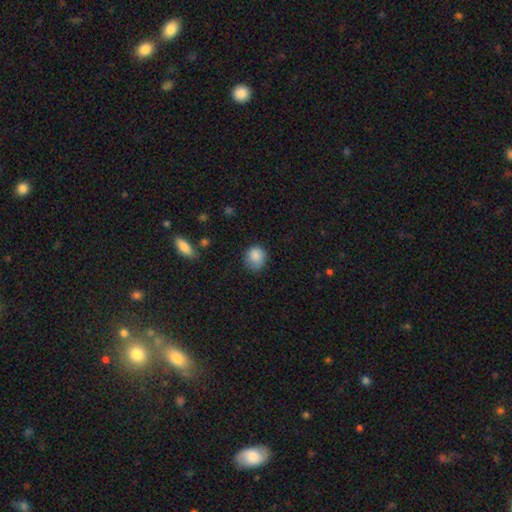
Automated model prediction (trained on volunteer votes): This is clearly a smooth galaxy (85%). How rounded: likely round (79%). Merging: likely none (64%).